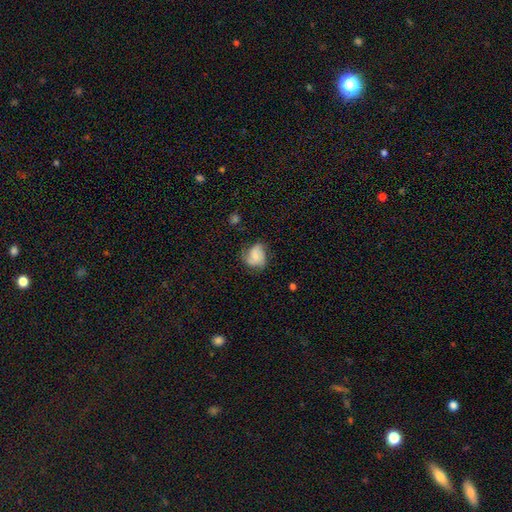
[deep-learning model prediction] A smooth galaxy with no disk features (48%).

Vote fractions:
- Smooth or featured? smooth: 48% / featured or disk: 44% / star or artifact: 9%
- Merging? none: 56% / minor disturbance: 29% / major disturbance: 13% / merger: 2%